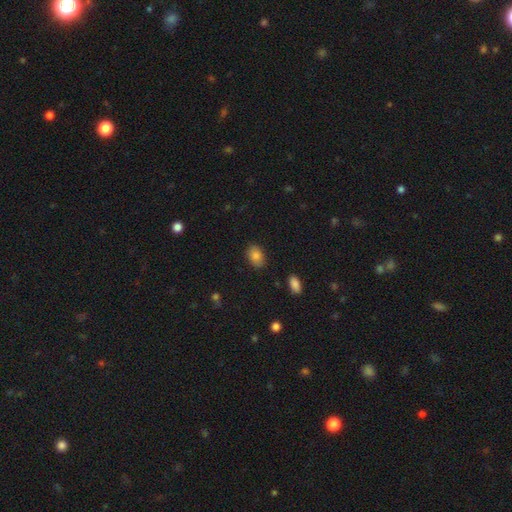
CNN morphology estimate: Smooth or featured?
  - smooth: 85% *
  - star or artifact: 9%
  - featured or disk: 6%
How rounded?
  - in between: 79% *
  - round: 19%
  - cigar-shaped: 1%
Merging?
  - none: 84% *
  - minor disturbance: 12%
  - major disturbance: 3%
  - merger: 1%